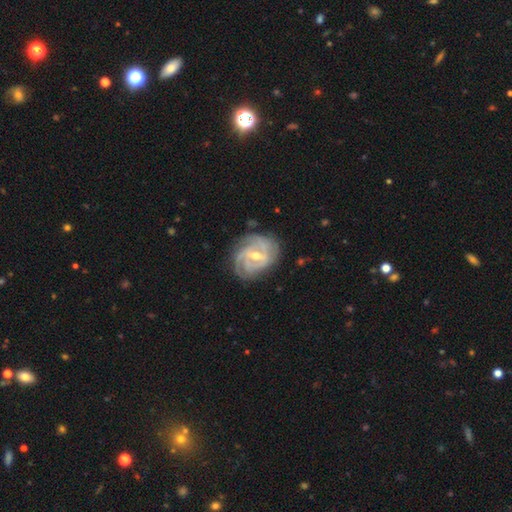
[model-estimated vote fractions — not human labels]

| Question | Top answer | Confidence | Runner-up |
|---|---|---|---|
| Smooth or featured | featured or disk | 87% | smooth (7%) |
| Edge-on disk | no | 97% | yes (3%) |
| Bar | weak | 49% | strong (31%) |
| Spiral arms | yes | 96% | no (4%) |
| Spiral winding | tight | 61% | medium (32%) |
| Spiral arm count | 3 | 32% | can't tell (23%) |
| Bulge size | moderate | 54% | small (42%) |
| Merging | none | 72% | minor disturbance (19%) |